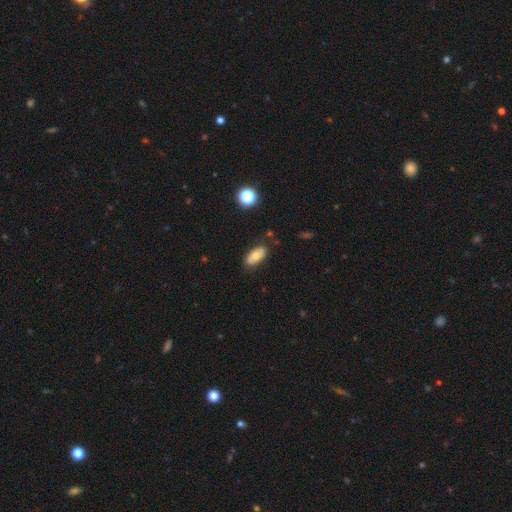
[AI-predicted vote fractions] Smooth or featured: smooth — 69% (featured or disk — 22%)
How rounded: in between — 90% (cigar-shaped — 7%)
Merging: none — 80% (minor disturbance — 15%)